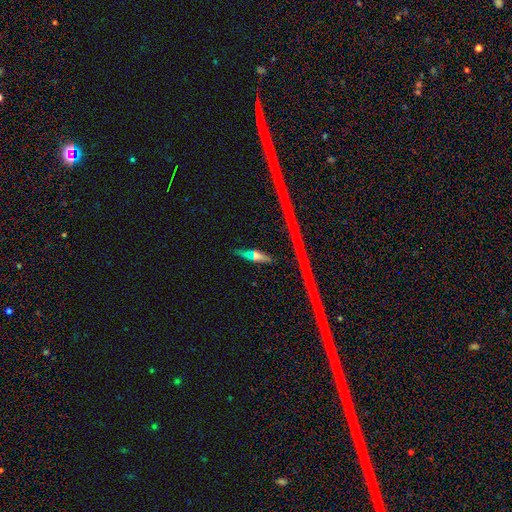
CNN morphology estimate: Smooth or featured?
  - featured or disk: 44% *
  - smooth: 35%
  - star or artifact: 21%
Merging?
  - none: 79% *
  - minor disturbance: 13%
  - major disturbance: 4%
  - merger: 4%